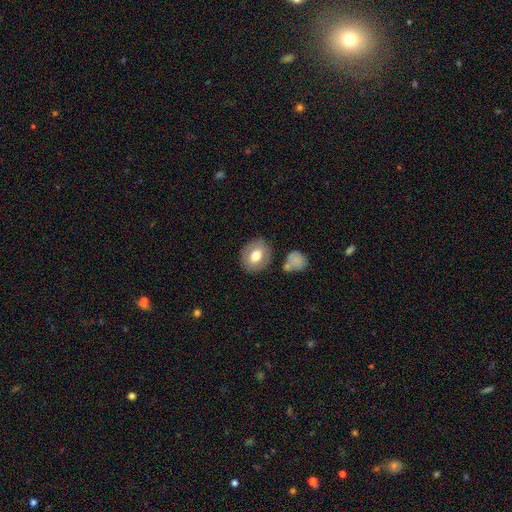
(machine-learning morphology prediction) Q: Smooth or featured?
A: smooth (71%); runner-up: featured or disk (21%)
Q: How rounded?
A: round (57%); runner-up: in between (42%)
Q: Merging?
A: none (80%); runner-up: minor disturbance (12%)